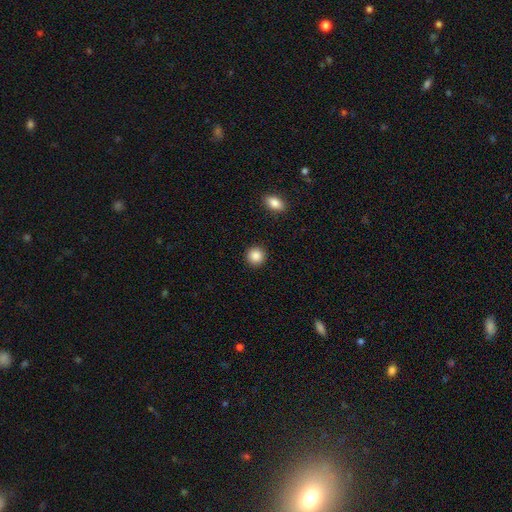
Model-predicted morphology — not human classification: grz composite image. It shows a smooth galaxy with no disk features (87%) that is round (93%). Merging: none (92%).